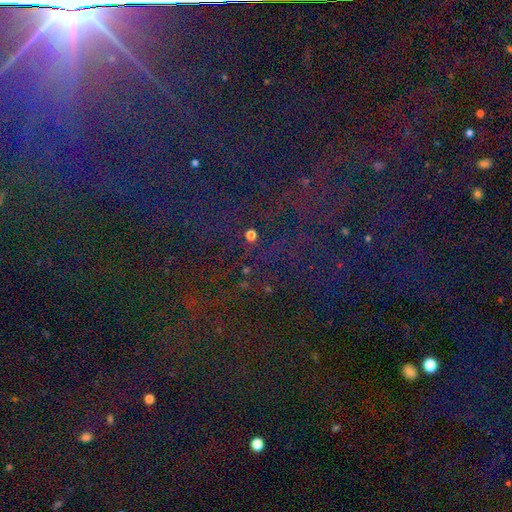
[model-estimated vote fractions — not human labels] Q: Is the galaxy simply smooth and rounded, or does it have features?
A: star or artifact — 87%.